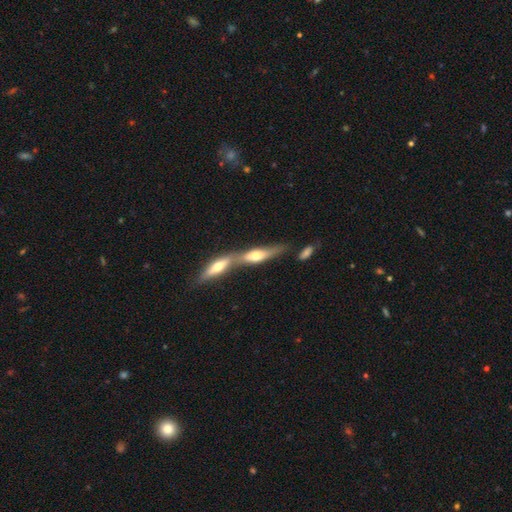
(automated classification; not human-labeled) Smooth or featured?
  - smooth: 48% *
  - featured or disk: 45%
  - star or artifact: 6%
Merging?
  - merger: 57% *
  - none: 32%
  - minor disturbance: 8%
  - major disturbance: 3%